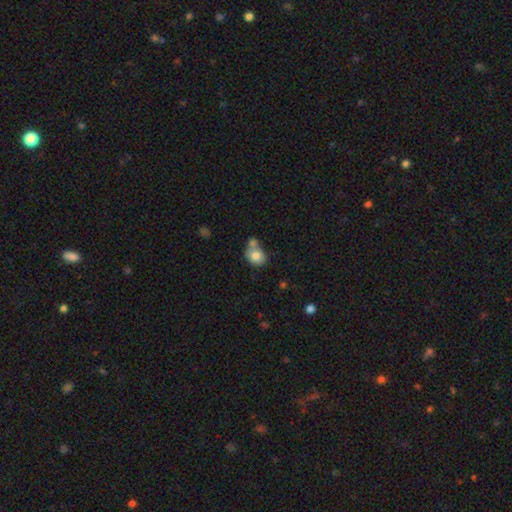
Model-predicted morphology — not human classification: Overall: smooth (77%). How rounded: round (56%; in between 43%). Merging: merger (44%; none 38%).